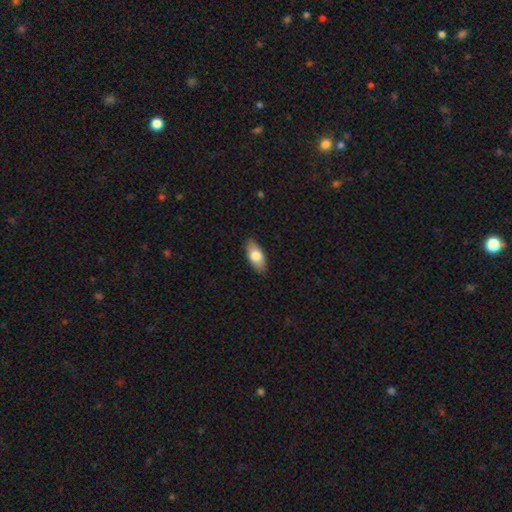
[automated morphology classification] A smooth galaxy with no disk features (77%) that is in between round and cigar-shaped (87%). Merging: none (88%).